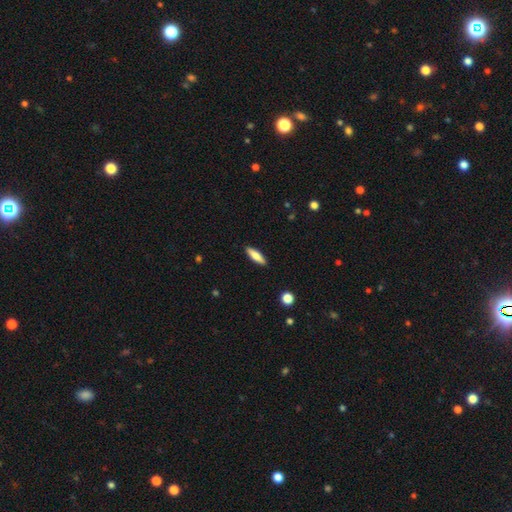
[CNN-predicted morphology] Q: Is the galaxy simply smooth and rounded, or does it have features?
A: smooth — 71%.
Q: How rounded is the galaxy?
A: cigar-shaped — 65%.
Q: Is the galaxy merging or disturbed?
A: none — 90%.